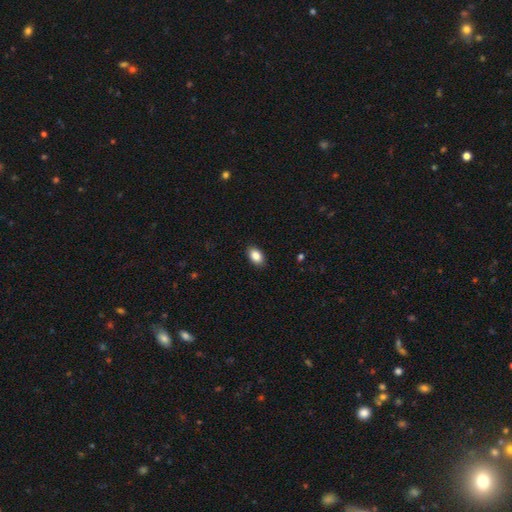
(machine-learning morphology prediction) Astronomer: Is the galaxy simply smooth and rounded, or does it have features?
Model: smooth — 87%.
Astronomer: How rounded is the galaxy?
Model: in between — 89%.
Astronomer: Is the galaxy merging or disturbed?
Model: none — 89%.